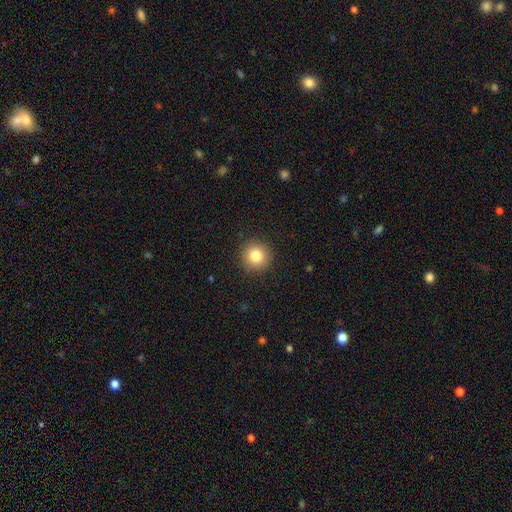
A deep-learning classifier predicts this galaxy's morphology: Q: Smooth or featured?
A: smooth (83%); runner-up: star or artifact (11%)
Q: How rounded?
A: round (93%); runner-up: in between (6%)
Q: Merging?
A: none (91%); runner-up: minor disturbance (6%)